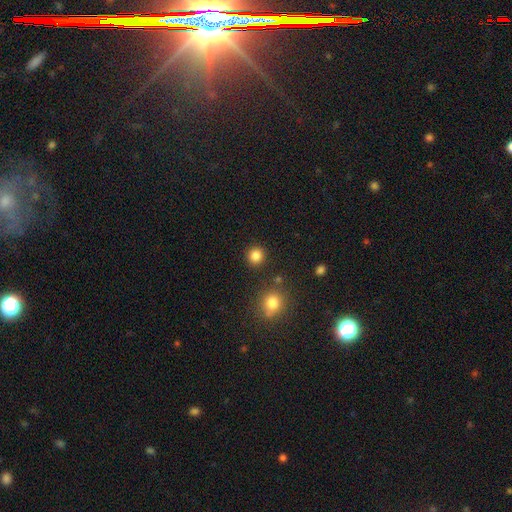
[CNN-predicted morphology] Smooth or featured: smooth — 84% (star or artifact — 12%)
How rounded: round — 92% (in between — 7%)
Merging: none — 89% (minor disturbance — 6%)